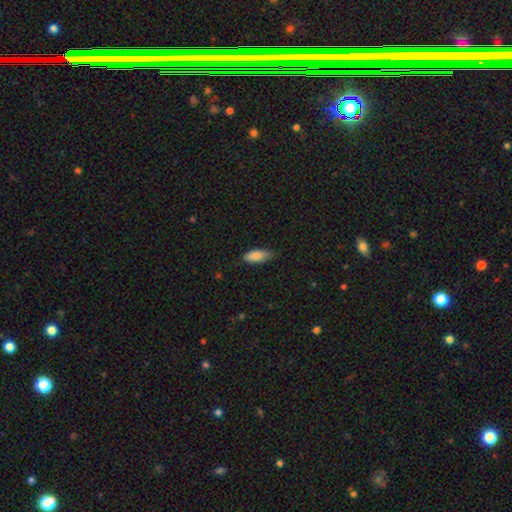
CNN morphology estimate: Smooth or featured: smooth — 83% (featured or disk — 10%)
How rounded: in between — 80% (cigar-shaped — 18%)
Merging: none — 67% (minor disturbance — 28%)